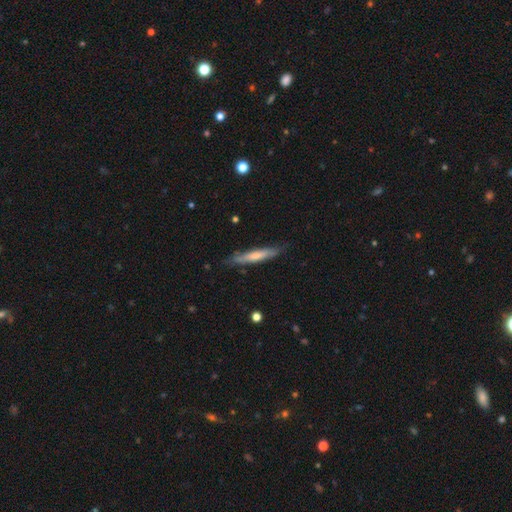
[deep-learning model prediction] The model was most divided on "smooth or featured": smooth: 59%, featured or disk: 36%, star or artifact: 5%. More confident: how rounded — cigar-shaped (91%); merging — none (78%).